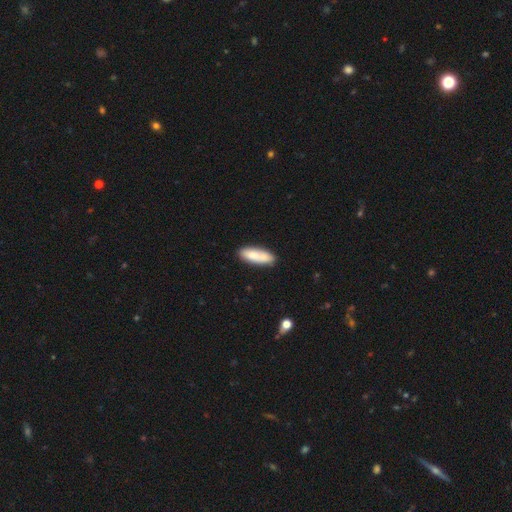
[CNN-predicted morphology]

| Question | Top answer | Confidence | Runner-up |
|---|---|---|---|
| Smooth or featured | smooth | 82% | featured or disk (12%) |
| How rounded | in between | 57% | cigar-shaped (41%) |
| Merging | none | 79% | minor disturbance (14%) |